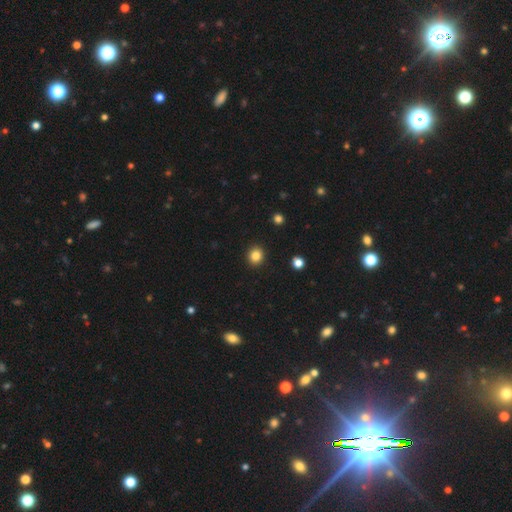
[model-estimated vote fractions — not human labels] This is clearly a smooth galaxy (84%). How rounded: clearly round (88%). Merging: clearly none (93%).